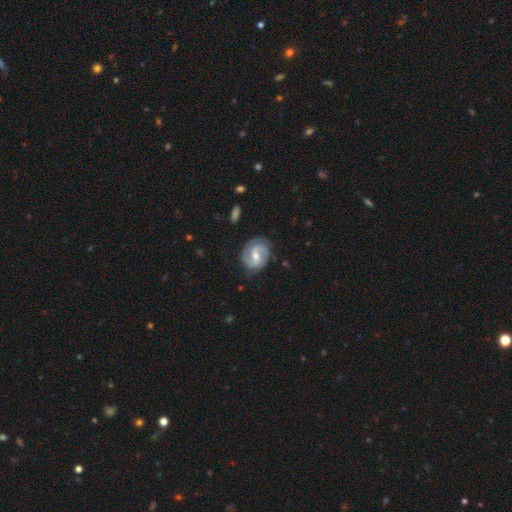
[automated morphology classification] featured or disk 83%, smooth 12%, star or artifact 5%. Down the decision tree: edge-on disk — no (98%); bar — weak (51%); spiral arms — yes (95%); spiral arm count — 2 (89%); spiral winding — medium (49%); bulge size — moderate (65%); merging — none (82%).